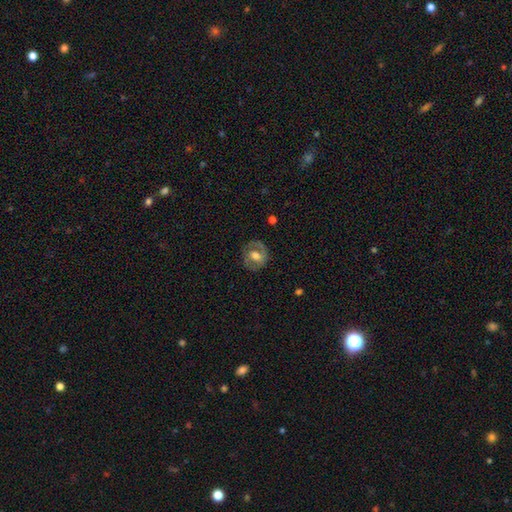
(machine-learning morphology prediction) featured or disk 52%, smooth 40%, star or artifact 7%. Down the decision tree: edge-on disk — no (96%); merging — none (76%).